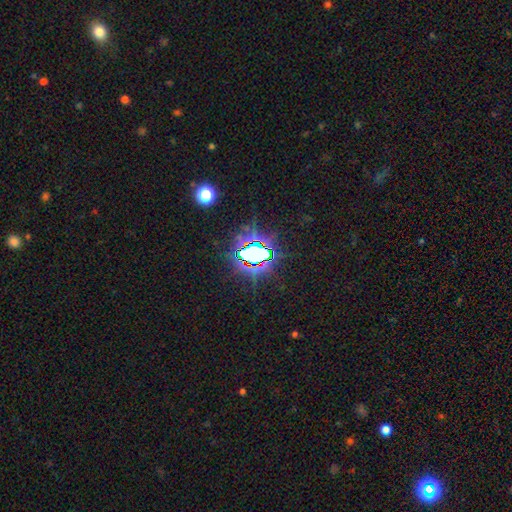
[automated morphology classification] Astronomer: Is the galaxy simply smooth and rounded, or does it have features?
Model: star or artifact — 81%.